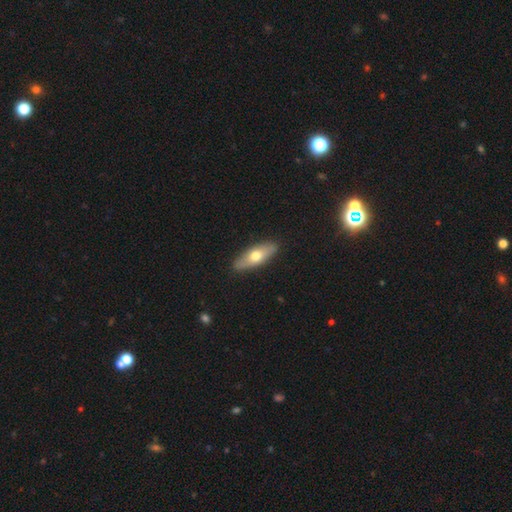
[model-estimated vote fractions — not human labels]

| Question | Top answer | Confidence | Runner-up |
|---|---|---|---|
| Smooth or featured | smooth | 60% | featured or disk (34%) |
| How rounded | in between | 62% | cigar-shaped (35%) |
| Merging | none | 88% | minor disturbance (9%) |